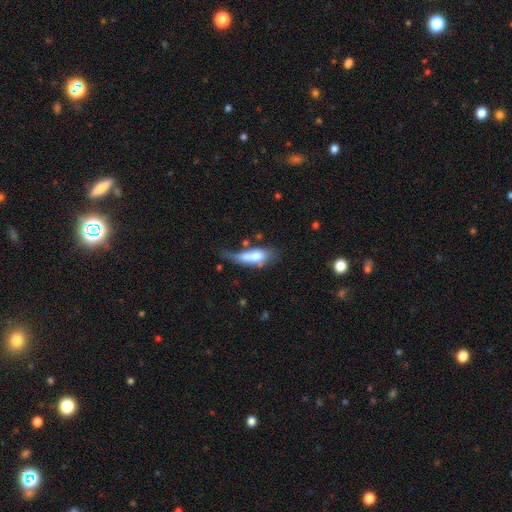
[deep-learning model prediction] smooth 62%, featured or disk 30%, star or artifact 8%. Down the decision tree: how rounded — in between (73%); merging — major disturbance (26%).